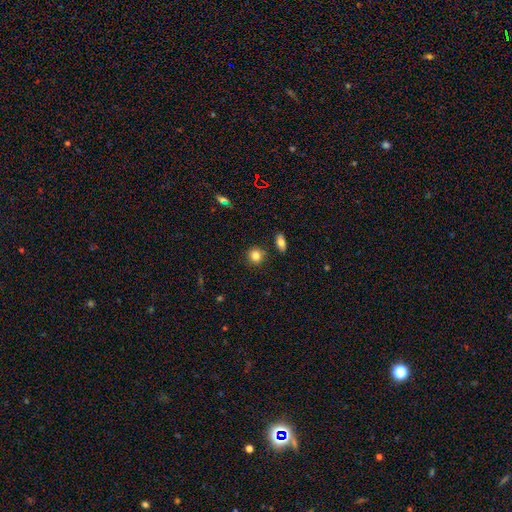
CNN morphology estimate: This is clearly a smooth galaxy (84%). How rounded: clearly round (85%). Merging: clearly none (84%).